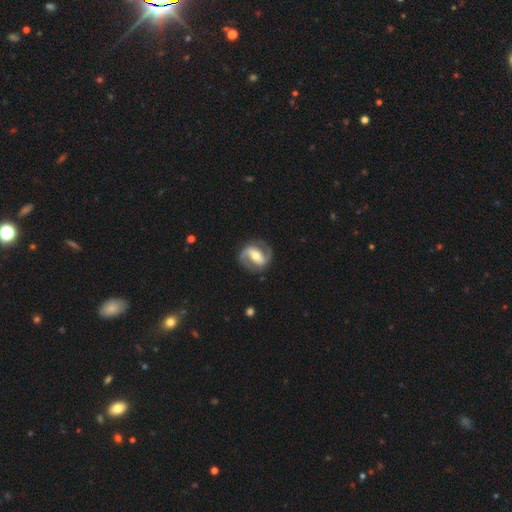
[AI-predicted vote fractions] smooth_or_featured: featured or disk (p=0.87) [alt: smooth p=0.09]
disk_edge_on: no (p=0.97) [alt: yes p=0.03]
bar: strong (p=0.50) [alt: weak p=0.31]
has_spiral_arms: yes (p=0.94) [alt: no p=0.06]
spiral_winding: medium (p=0.53) [alt: tight p=0.27]
spiral_arm_count: 2 (p=0.92) [alt: can't tell p=0.03]
bulge_size: moderate (p=0.68) [alt: small p=0.23]
merging: none (p=0.85) [alt: minor disturbance p=0.10]